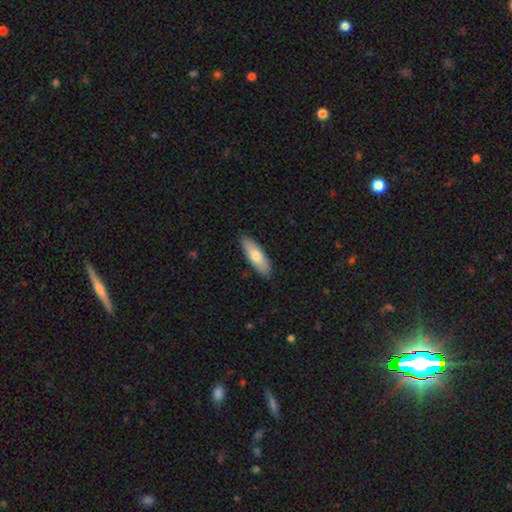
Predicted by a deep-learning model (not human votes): The model was most divided on "how rounded": in between: 57%, cigar-shaped: 41%, round: 2%. More confident: merging — none (89%); smooth or featured — smooth (72%).